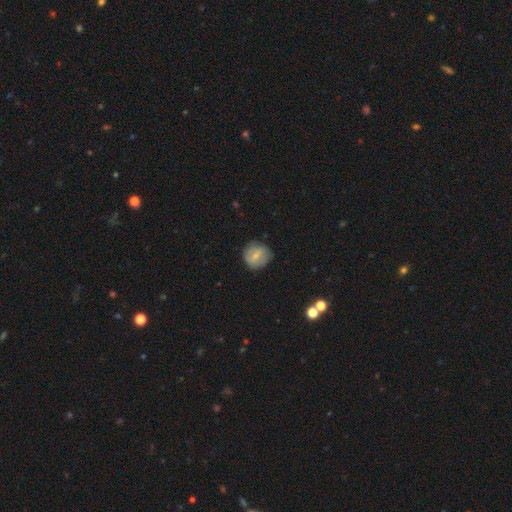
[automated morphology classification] type=smooth (65%); roundness=round (86%); merging=none (80%).